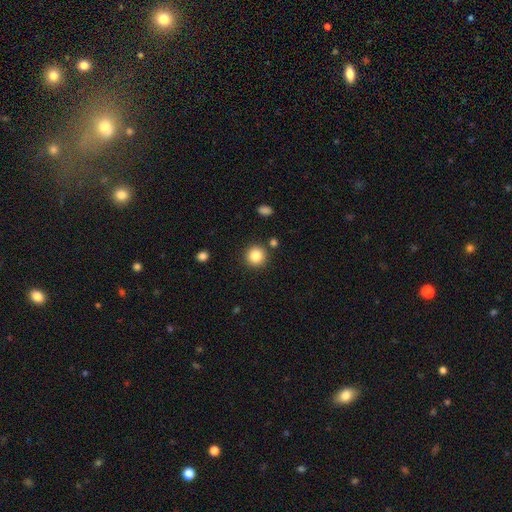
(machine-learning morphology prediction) This is clearly a smooth galaxy (84%). How rounded: clearly round (94%). Merging: clearly none (87%).